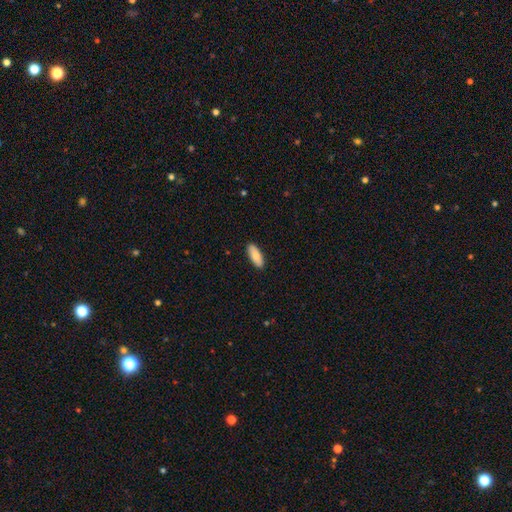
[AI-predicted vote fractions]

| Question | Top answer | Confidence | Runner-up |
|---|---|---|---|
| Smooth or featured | smooth | 79% | featured or disk (15%) |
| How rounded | in between | 76% | cigar-shaped (22%) |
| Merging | none | 90% | minor disturbance (7%) |